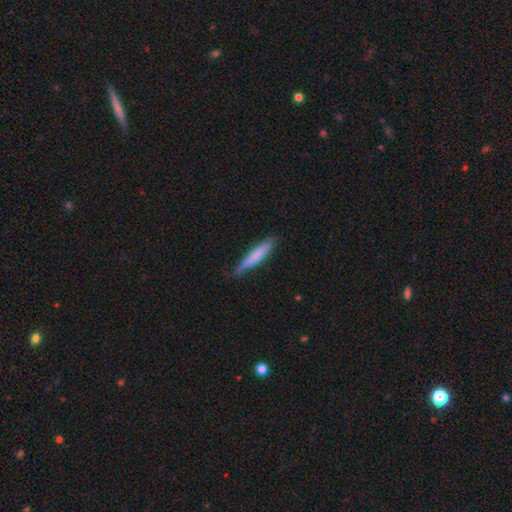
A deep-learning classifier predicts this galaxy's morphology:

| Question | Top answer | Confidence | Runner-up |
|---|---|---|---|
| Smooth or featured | smooth | 73% | featured or disk (22%) |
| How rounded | cigar-shaped | 92% | in between (7%) |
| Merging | none | 76% | minor disturbance (20%) |